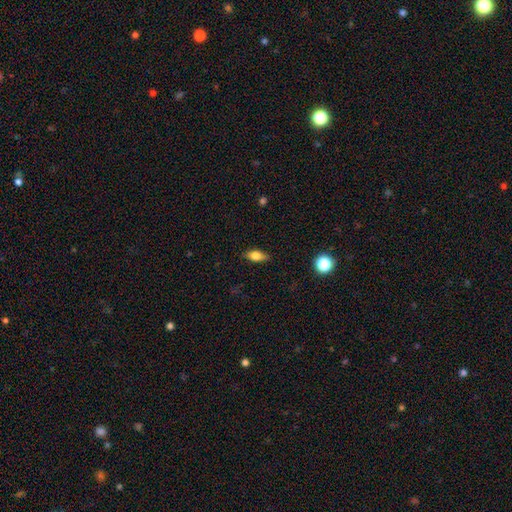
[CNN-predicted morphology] A smooth galaxy with no disk features (70%) that is in between round and cigar-shaped (77%).

Vote fractions:
- Smooth or featured? smooth: 70% / featured or disk: 21% / star or artifact: 9%
- How rounded? in between: 77% / cigar-shaped: 15% / round: 7%
- Merging? none: 82% / minor disturbance: 14% / major disturbance: 3% / merger: 1%